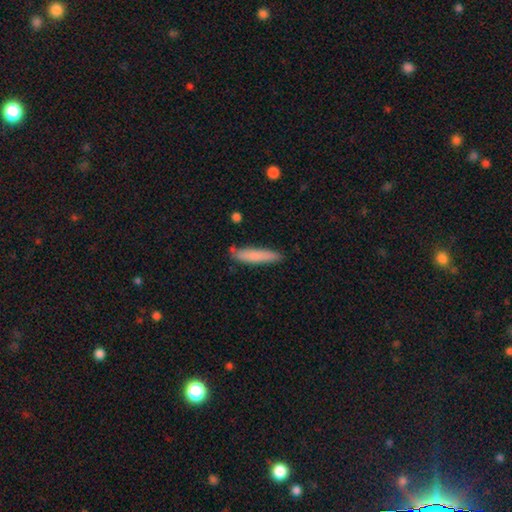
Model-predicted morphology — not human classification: A smooth galaxy with no disk features (80%) that is cigar-shaped (87%).

Vote fractions:
- Smooth or featured? smooth: 80% / featured or disk: 14% / star or artifact: 6%
- How rounded? cigar-shaped: 87% / in between: 12% / round: 1%
- Merging? none: 79% / minor disturbance: 16% / major disturbance: 3% / merger: 2%